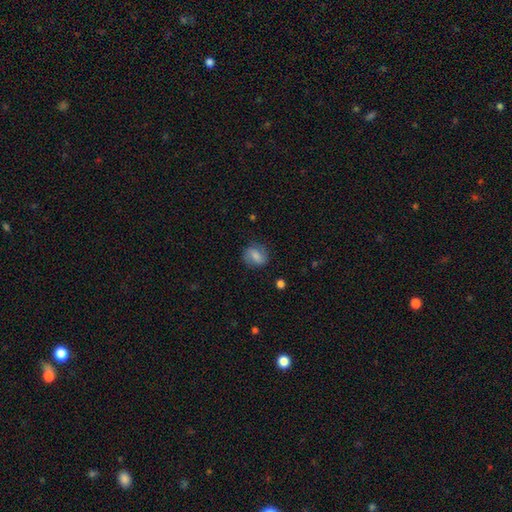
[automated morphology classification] Overall: smooth (66%). How rounded: round (53%; in between 45%). Merging: none (78%).